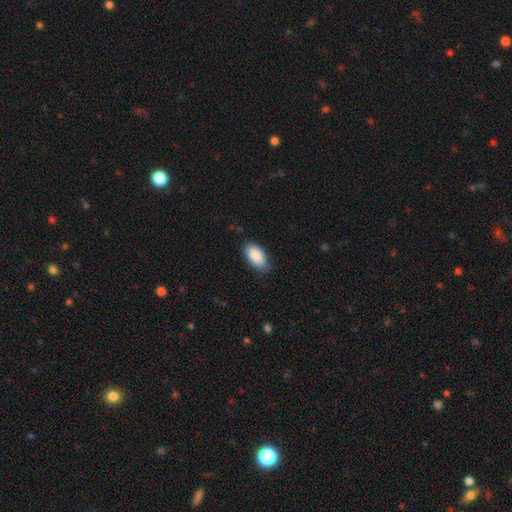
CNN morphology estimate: A smooth galaxy with no disk features (89%) that is in between round and cigar-shaped (94%).

Vote fractions:
- Smooth or featured? smooth: 89% / star or artifact: 6% / featured or disk: 5%
- How rounded? in between: 94% / cigar-shaped: 3% / round: 2%
- Merging? none: 79% / minor disturbance: 17% / major disturbance: 3% / merger: 1%